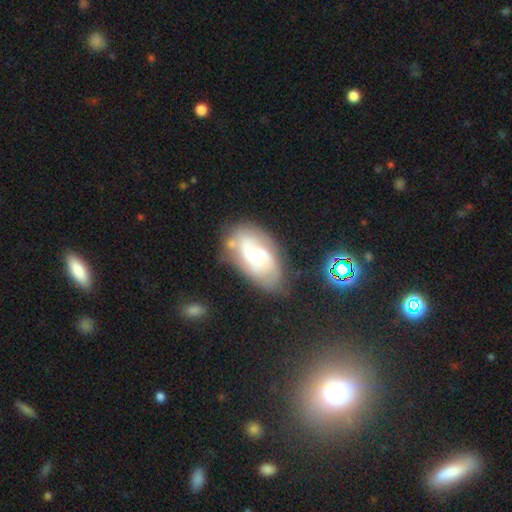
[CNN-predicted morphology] Smooth or featured?
  - featured or disk: 69% *
  - smooth: 23%
  - star or artifact: 8%
Edge-on disk?
  - no: 96% *
  - yes: 4%
Bar?
  - no: 45% *
  - weak: 44%
  - strong: 11%
Spiral arms?
  - yes: 90% *
  - no: 10%
Spiral winding?
  - medium: 45% *
  - loose: 32%
  - tight: 23%
Spiral arm count?
  - 2: 71% *
  - can't tell: 15%
  - 3: 6%
  - 1: 5%
  - 4: 2%
  - more than 4: 2%
Bulge size?
  - moderate: 41% *
  - small: 40%
  - large: 10%
  - none: 6%
  - dominant: 2%
Merging?
  - none: 59% *
  - minor disturbance: 22%
  - major disturbance: 10%
  - merger: 8%